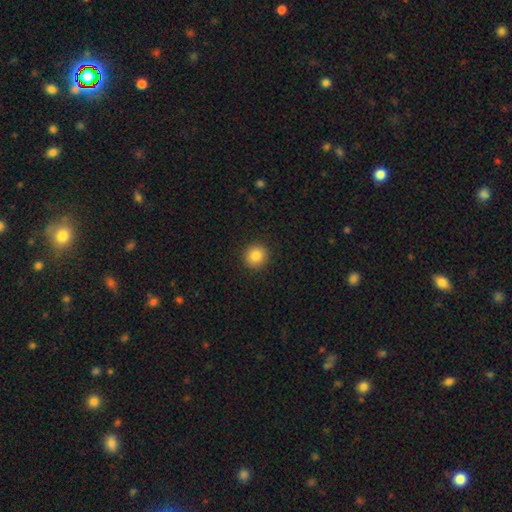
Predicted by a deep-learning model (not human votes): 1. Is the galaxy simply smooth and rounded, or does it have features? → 85% smooth, 10% star or artifact, 5% featured or disk.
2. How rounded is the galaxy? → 91% round, 8% in between, 1% cigar-shaped.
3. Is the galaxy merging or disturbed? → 92% none, 5% minor disturbance, 2% major disturbance, 1% merger.